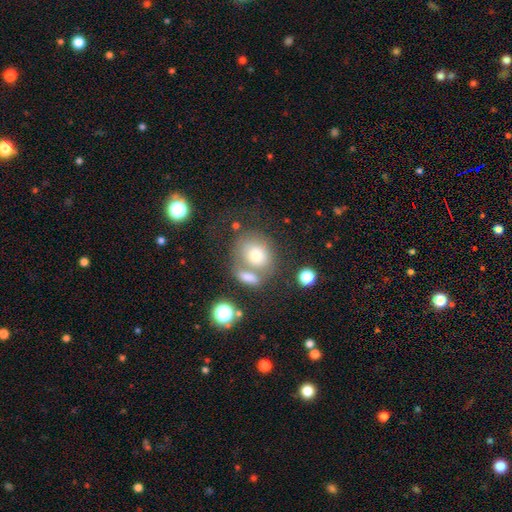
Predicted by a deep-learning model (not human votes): The model was most divided on "merging": none: 41%, merger: 34%, minor disturbance: 14%, major disturbance: 11%. More confident: smooth or featured — smooth (65%); how rounded — round (62%).